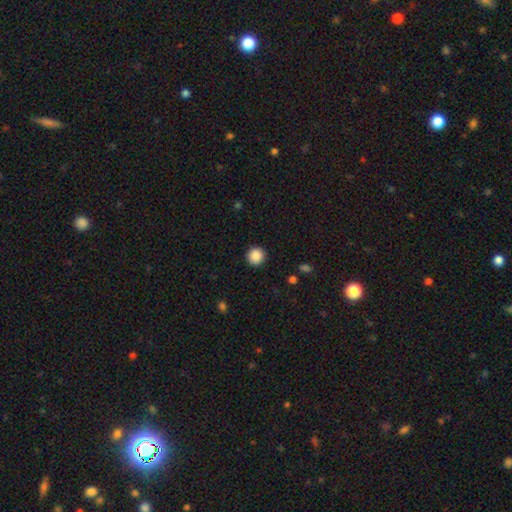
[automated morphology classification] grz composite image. It shows a smooth galaxy with no disk features (88%) that is round (95%). Merging: none (92%).